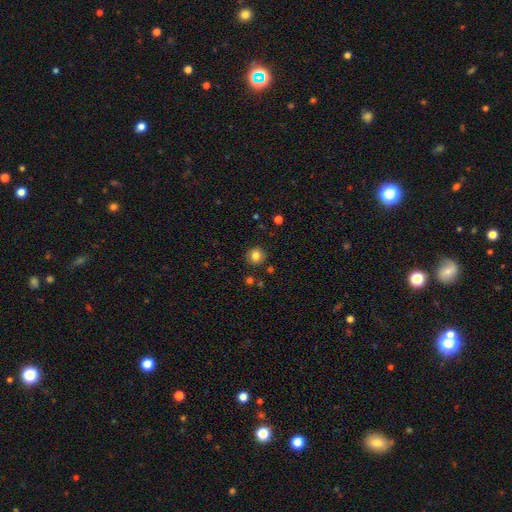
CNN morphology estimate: A smooth galaxy with no disk features (82%) that is round (90%). Merging: none (88%).